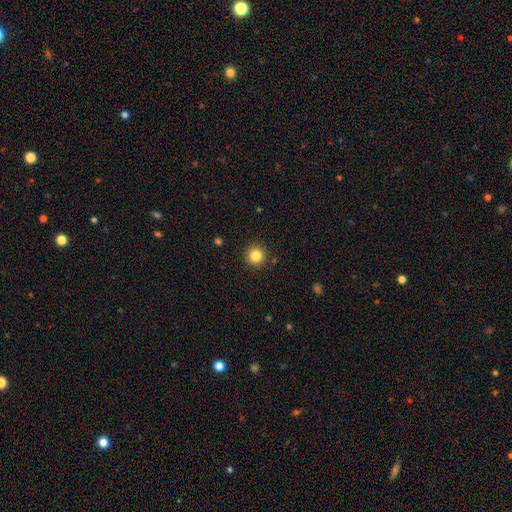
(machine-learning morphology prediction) Q: Smooth or featured?
A: smooth (84%); runner-up: star or artifact (11%)
Q: How rounded?
A: round (95%); runner-up: in between (4%)
Q: Merging?
A: none (92%); runner-up: minor disturbance (5%)